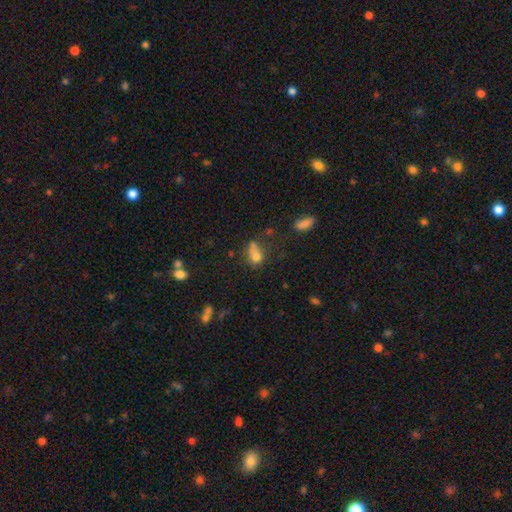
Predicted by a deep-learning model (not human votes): Overall: smooth (69%). How rounded: in between (54%; round 42%). Merging: none (34%; merger 26%).